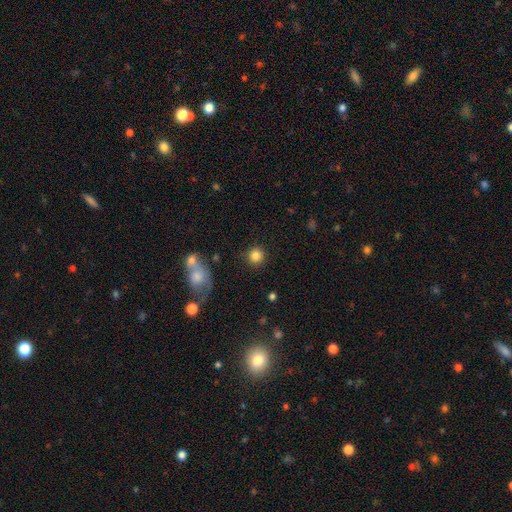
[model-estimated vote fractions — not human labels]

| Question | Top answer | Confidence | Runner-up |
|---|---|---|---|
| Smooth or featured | smooth | 84% | star or artifact (10%) |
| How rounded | round | 93% | in between (6%) |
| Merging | none | 88% | minor disturbance (6%) |